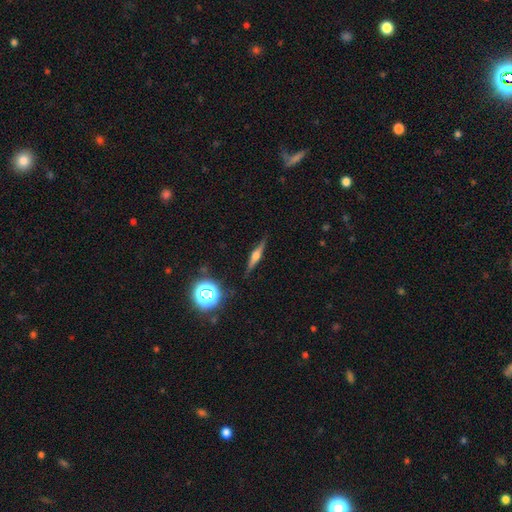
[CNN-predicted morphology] Smooth or featured? featured or disk (66%)
Edge-on disk? yes (97%)
Edge-on bulge? rounded (87%)
Merging? none (87%)